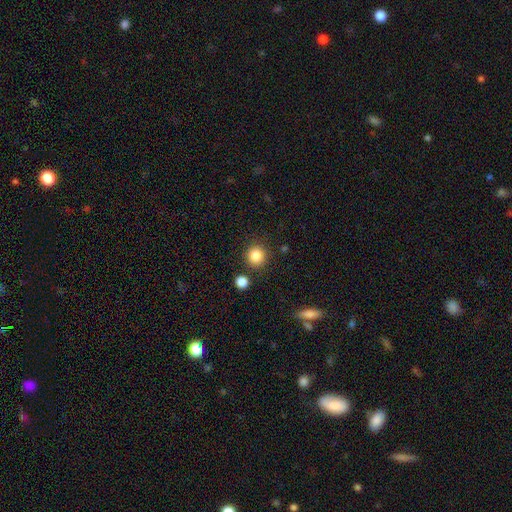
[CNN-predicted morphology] smooth-or-featured: smooth: 85% | star or artifact: 10% | featured or disk: 4%
  how-rounded: round: 92% | in between: 7% | cigar-shaped: 1%
  merging: none: 86% | minor disturbance: 7% | merger: 5% | major disturbance: 3%